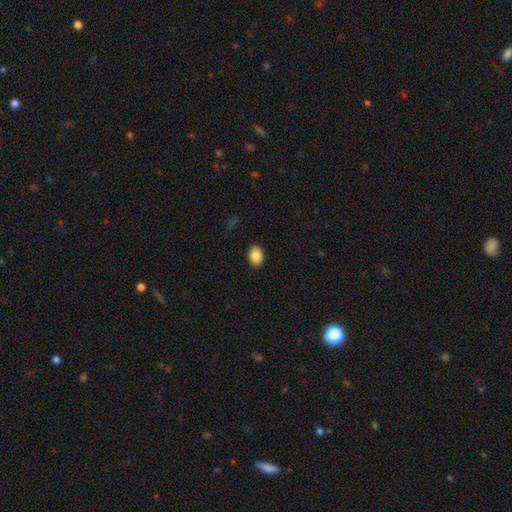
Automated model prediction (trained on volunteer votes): Smooth or featured: smooth — 87% (star or artifact — 8%)
How rounded: in between — 75% (round — 24%)
Merging: none — 90% (minor disturbance — 7%)